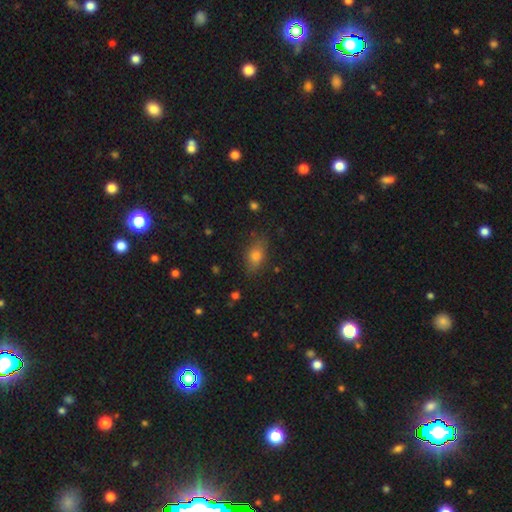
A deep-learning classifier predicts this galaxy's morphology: This is likely a smooth galaxy (73%). How rounded: likely in between (80%). Merging: clearly none (80%).